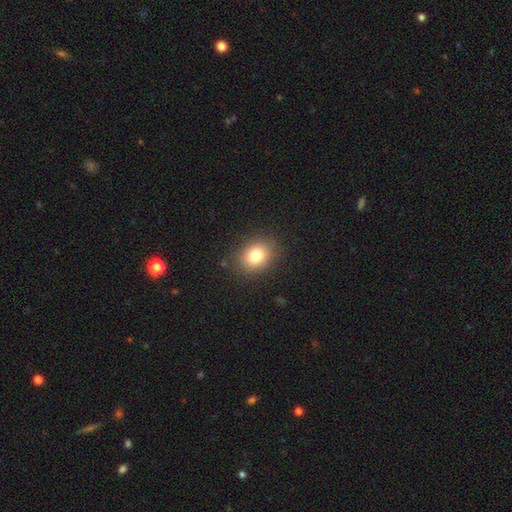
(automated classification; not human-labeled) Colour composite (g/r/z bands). It shows a smooth galaxy with no disk features (81%) that is in between round and cigar-shaped (50%). Merging: none (86%).